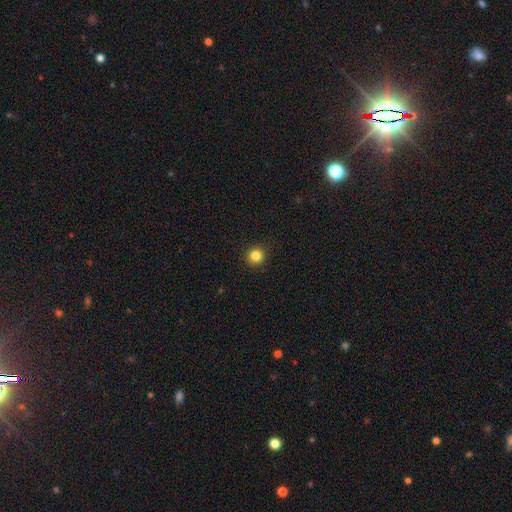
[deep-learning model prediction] This appears to be a smooth galaxy with no disk features (84%) that is round (93%). Merging: none (93%).